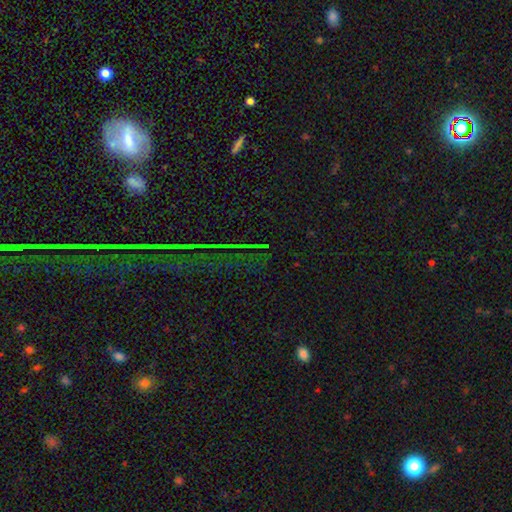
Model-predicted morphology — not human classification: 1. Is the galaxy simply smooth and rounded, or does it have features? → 71% star or artifact, 15% featured or disk, 14% smooth.